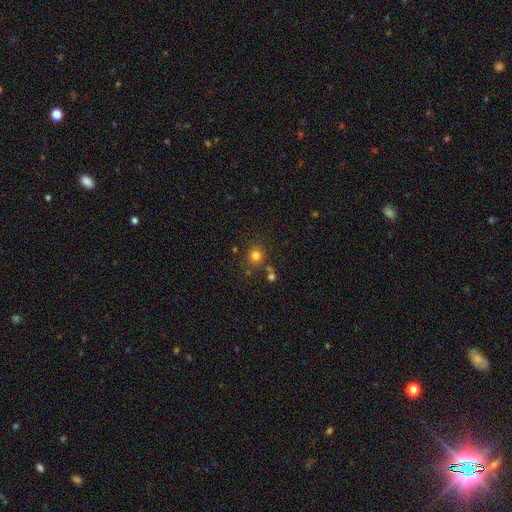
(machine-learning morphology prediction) Smooth or featured?
  - smooth: 79% *
  - star or artifact: 15%
  - featured or disk: 6%
How rounded?
  - round: 87% *
  - in between: 12%
  - cigar-shaped: 1%
Merging?
  - none: 77% *
  - minor disturbance: 10%
  - merger: 9%
  - major disturbance: 4%